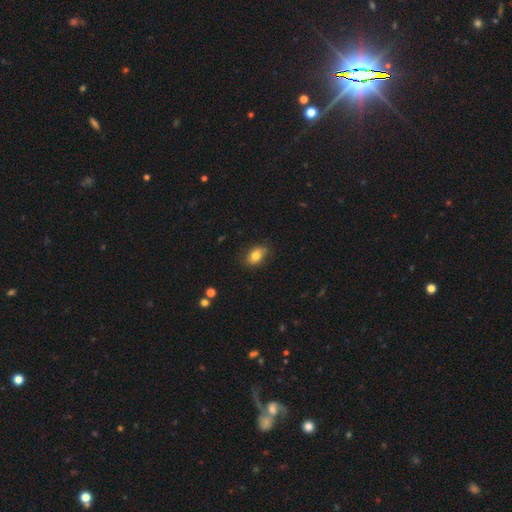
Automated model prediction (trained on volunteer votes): Q: Smooth or featured?
A: smooth (78%); runner-up: featured or disk (13%)
Q: How rounded?
A: in between (83%); runner-up: round (15%)
Q: Merging?
A: none (77%); runner-up: minor disturbance (19%)